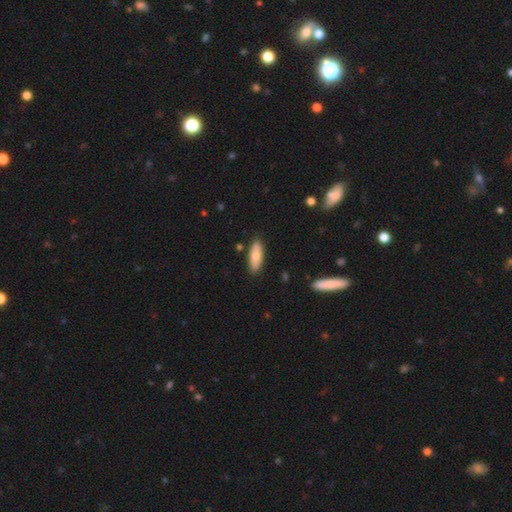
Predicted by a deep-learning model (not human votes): Smooth or featured? Predicted: smooth (p=0.74). How rounded? Predicted: in between (p=0.68). Merging? Predicted: none (p=0.85).